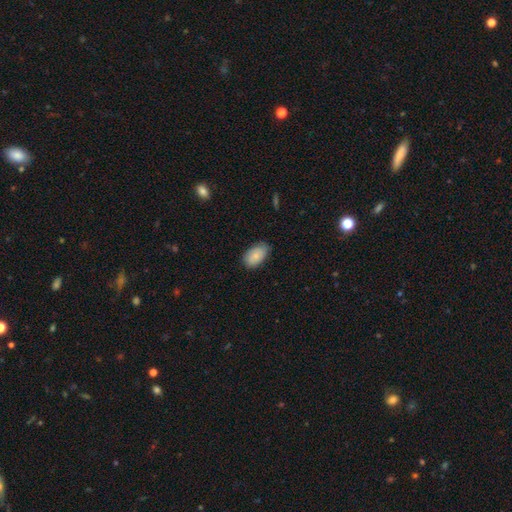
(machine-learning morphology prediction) smooth_or_featured: smooth (p=0.81) [alt: featured or disk p=0.12]
how_rounded: in between (p=0.93) [alt: round p=0.06]
merging: none (p=0.78) [alt: minor disturbance p=0.19]